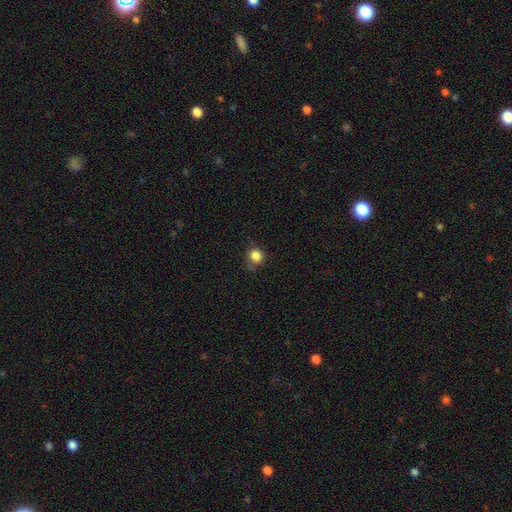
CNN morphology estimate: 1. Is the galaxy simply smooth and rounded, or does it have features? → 84% smooth, 11% star or artifact, 5% featured or disk.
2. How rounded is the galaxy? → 86% round, 13% in between, 1% cigar-shaped.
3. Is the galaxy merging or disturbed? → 73% none, 20% minor disturbance, 6% major disturbance, 1% merger.